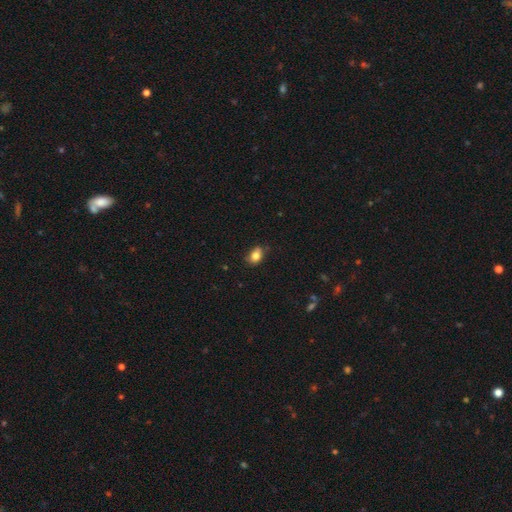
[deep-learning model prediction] smooth 81%, featured or disk 10%, star or artifact 10%. Down the decision tree: how rounded — in between (74%); merging — none (66%).